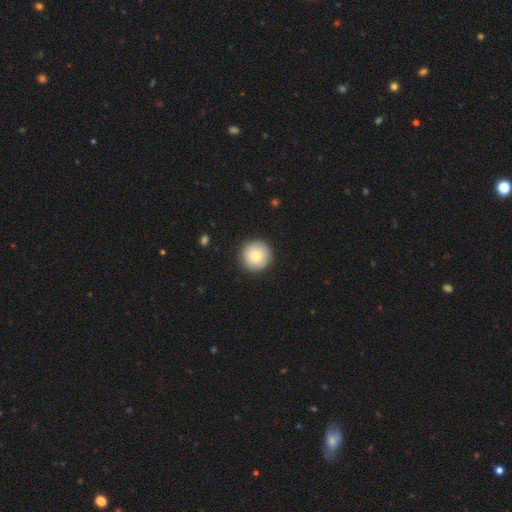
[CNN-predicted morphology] This is clearly a smooth galaxy (82%). How rounded: clearly round (96%). Merging: clearly none (91%).